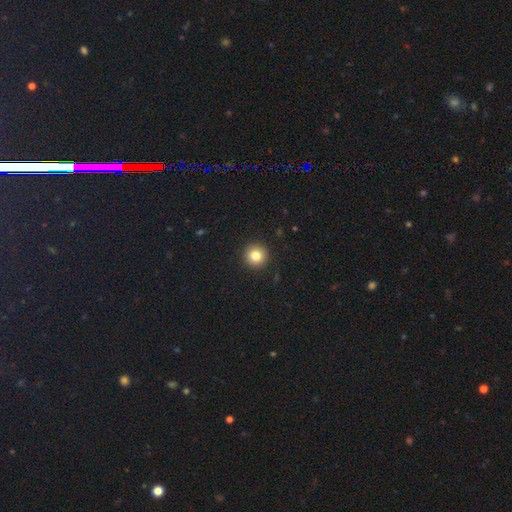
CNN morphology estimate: Overall: smooth (81%). How rounded: round (96%). Merging: none (93%).